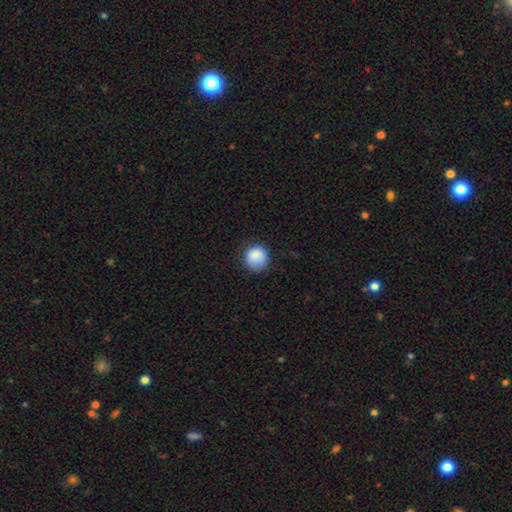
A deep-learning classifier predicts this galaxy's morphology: Smooth or featured?
  - smooth: 86% *
  - star or artifact: 8%
  - featured or disk: 6%
How rounded?
  - round: 88% *
  - in between: 11%
  - cigar-shaped: 1%
Merging?
  - none: 73% *
  - minor disturbance: 20%
  - major disturbance: 6%
  - merger: 1%